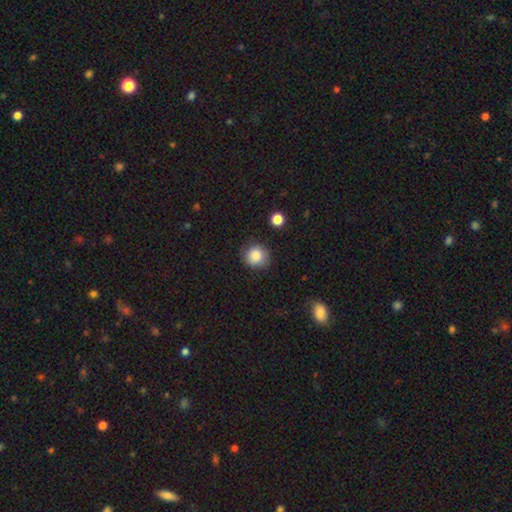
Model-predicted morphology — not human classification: This is clearly a smooth galaxy (85%). How rounded: clearly round (88%). Merging: clearly none (83%).